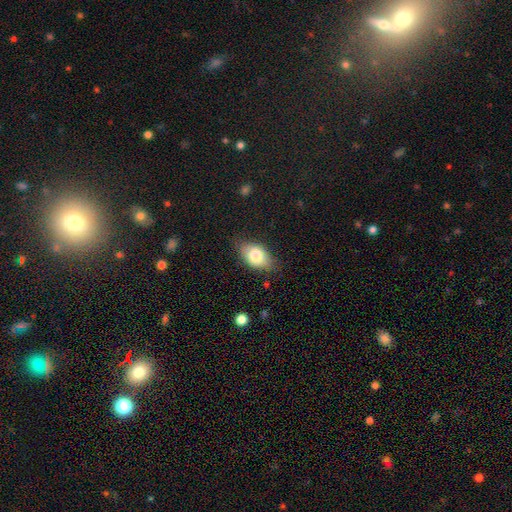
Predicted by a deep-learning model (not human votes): Smooth or featured?
  - smooth: 79% *
  - featured or disk: 14%
  - star or artifact: 7%
How rounded?
  - in between: 89% *
  - round: 9%
  - cigar-shaped: 2%
Merging?
  - none: 74% *
  - minor disturbance: 20%
  - major disturbance: 5%
  - merger: 1%